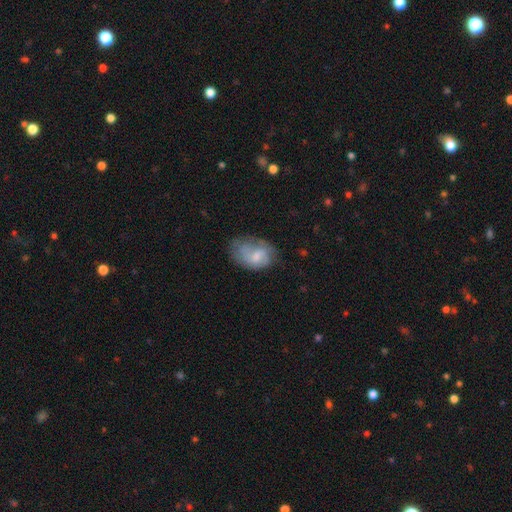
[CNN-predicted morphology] The model was most divided on "merging": none: 44%, minor disturbance: 32%, major disturbance: 21%, merger: 2%. More confident: how rounded — in between (83%); smooth or featured — smooth (54%).